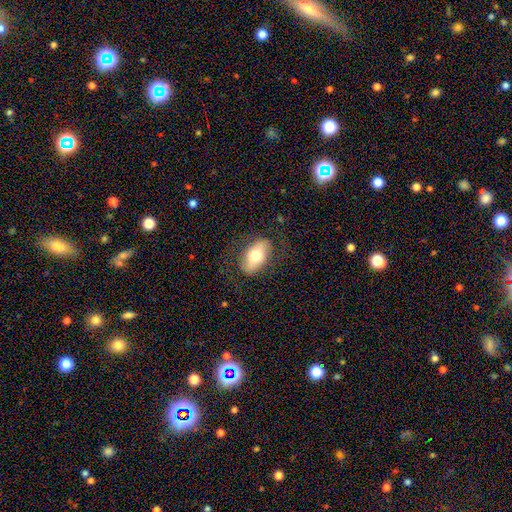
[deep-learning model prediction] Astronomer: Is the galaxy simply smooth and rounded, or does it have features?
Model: smooth — 62%.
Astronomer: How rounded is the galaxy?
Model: in between — 92%.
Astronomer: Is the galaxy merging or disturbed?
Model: none — 76%.